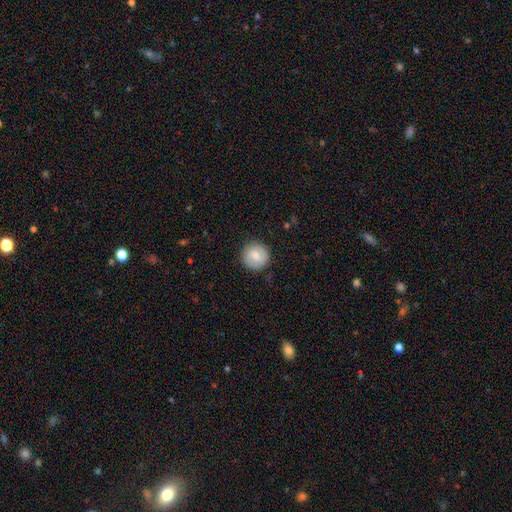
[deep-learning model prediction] smooth 74%, featured or disk 19%, star or artifact 7%. Down the decision tree: how rounded — round (94%); merging — none (88%).